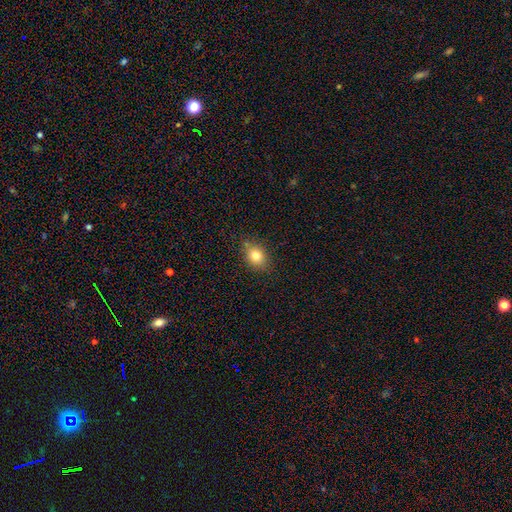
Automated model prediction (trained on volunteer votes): This is clearly a smooth galaxy (81%). How rounded: possibly in between (53%). Merging: likely none (78%).